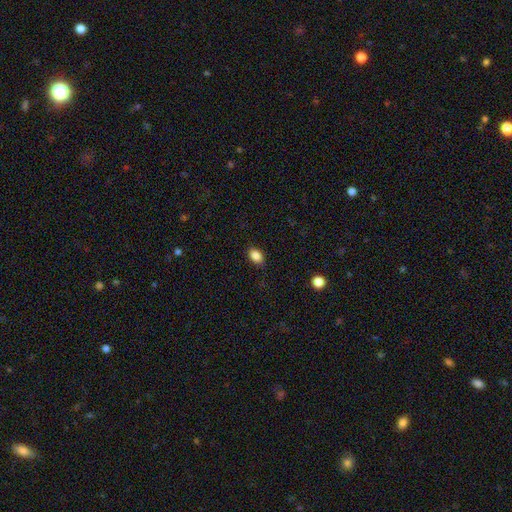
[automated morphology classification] A smooth galaxy with no disk features (87%) that is in between round and cigar-shaped (77%). Merging: none (85%).